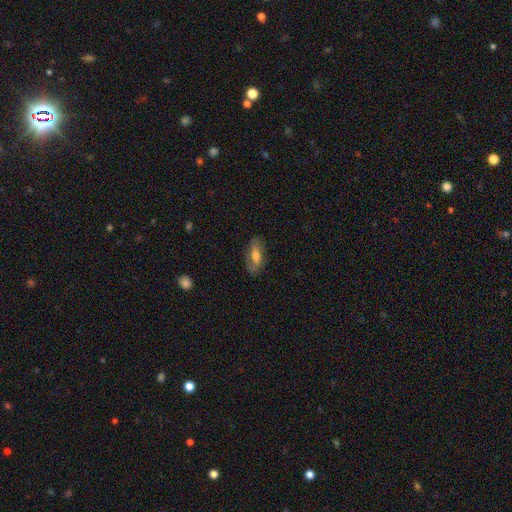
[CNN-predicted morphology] smooth-or-featured: smooth: 53% | featured or disk: 40% | star or artifact: 7%
  how-rounded: in between: 77% | cigar-shaped: 18% | round: 5%
  merging: none: 78% | minor disturbance: 16% | major disturbance: 4% | merger: 1%